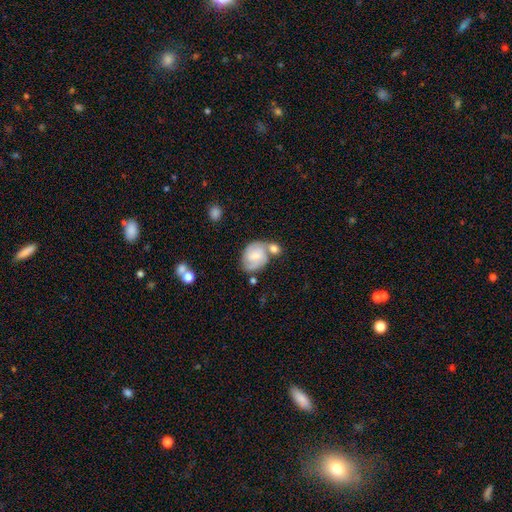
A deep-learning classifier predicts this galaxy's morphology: Smooth or featured? Predicted: featured or disk (p=0.56). Edge-on disk? Predicted: no (p=0.97). Bar? Predicted: no (p=0.52). Spiral arms? Predicted: yes (p=0.84). Bulge size? Predicted: small (p=0.55). Merging? Predicted: none (p=0.41).